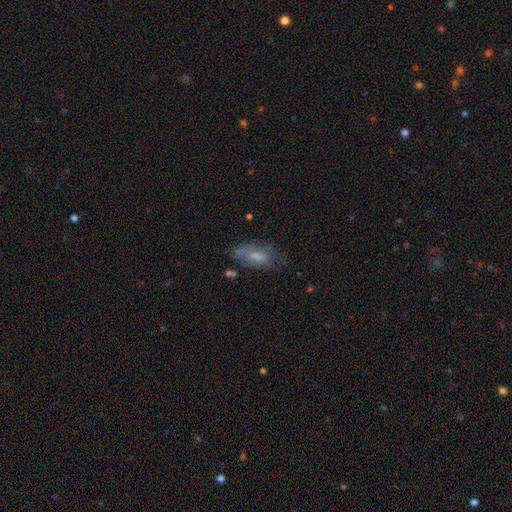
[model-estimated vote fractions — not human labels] Smooth or featured?
  - smooth: 53% *
  - featured or disk: 37%
  - star or artifact: 10%
How rounded?
  - in between: 82% *
  - cigar-shaped: 13%
  - round: 4%
Merging?
  - none: 56% *
  - minor disturbance: 26%
  - major disturbance: 14%
  - merger: 4%